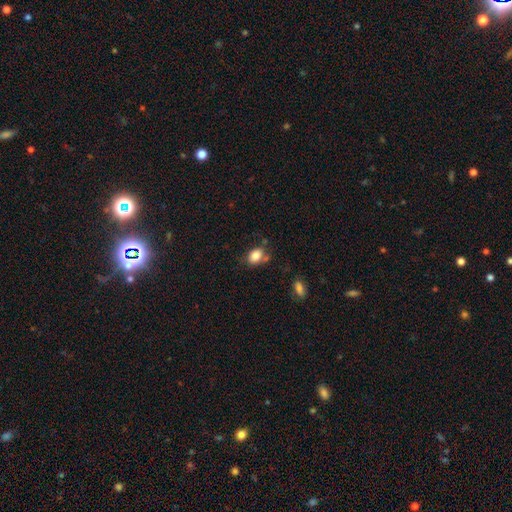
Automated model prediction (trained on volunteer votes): smooth_or_featured: smooth (p=0.83) [alt: star or artifact p=0.09]
how_rounded: in between (p=0.76) [alt: round p=0.23]
merging: none (p=0.63) [alt: minor disturbance p=0.20]